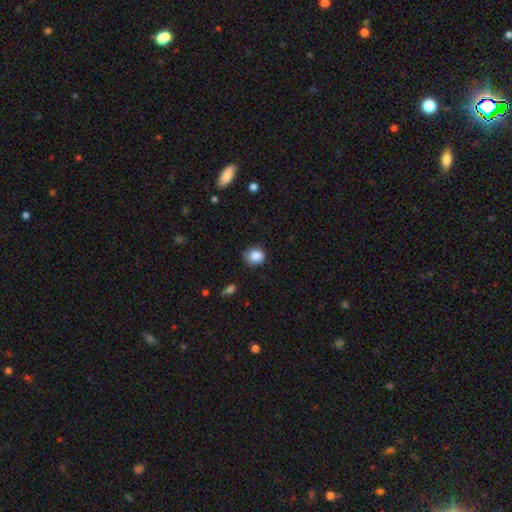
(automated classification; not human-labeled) Q: Smooth or featured?
A: smooth (85%); runner-up: star or artifact (9%)
Q: How rounded?
A: round (74%); runner-up: in between (25%)
Q: Merging?
A: none (67%); runner-up: minor disturbance (26%)